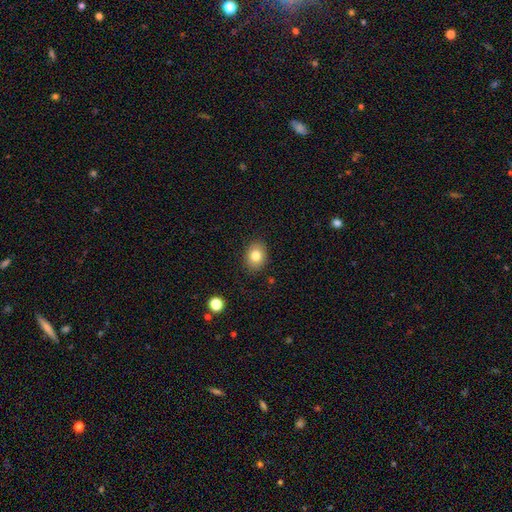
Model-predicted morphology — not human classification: A smooth galaxy with no disk features (81%) that is in between round and cigar-shaped (55%). Merging: none (87%).